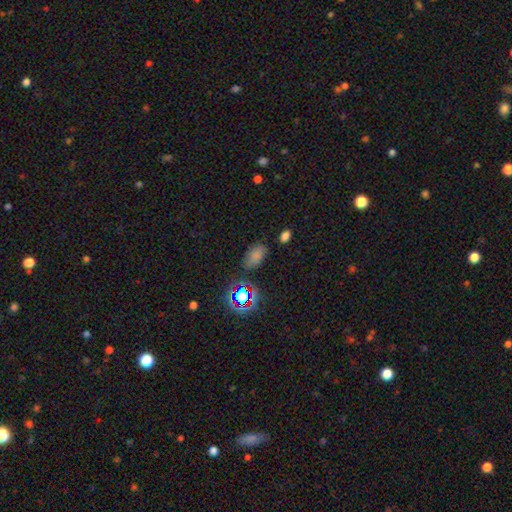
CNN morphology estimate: Q: Smooth or featured?
A: smooth (69%); runner-up: star or artifact (23%)
Q: How rounded?
A: in between (89%); runner-up: round (9%)
Q: Merging?
A: none (71%); runner-up: minor disturbance (19%)